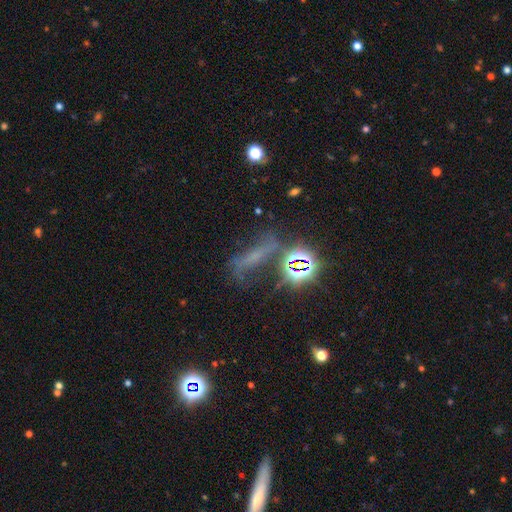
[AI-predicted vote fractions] The model was most divided on "smooth or featured": star or artifact: 40%, featured or disk: 33%, smooth: 27%.